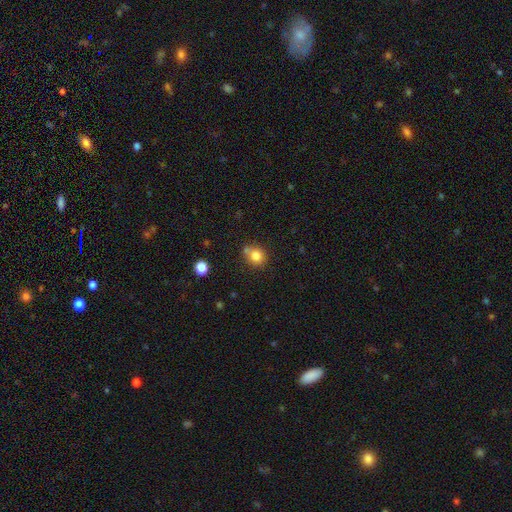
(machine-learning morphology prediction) Smooth or featured? Predicted: smooth (p=0.80). How rounded? Predicted: round (p=0.78). Merging? Predicted: none (p=0.63).